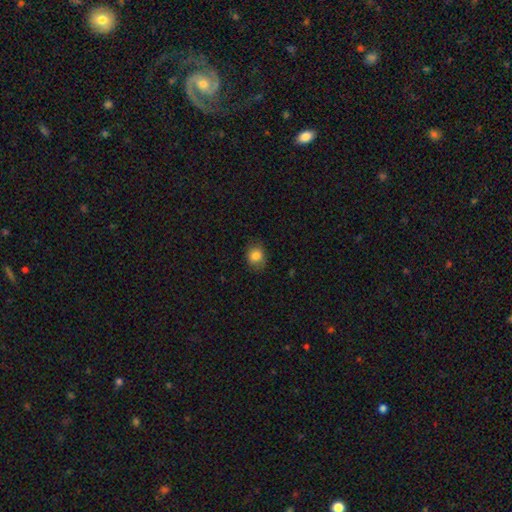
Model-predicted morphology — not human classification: Smooth or featured?
  - smooth: 84% *
  - star or artifact: 10%
  - featured or disk: 6%
How rounded?
  - round: 62% *
  - in between: 37%
  - cigar-shaped: 1%
Merging?
  - none: 78% *
  - minor disturbance: 17%
  - major disturbance: 4%
  - merger: 1%